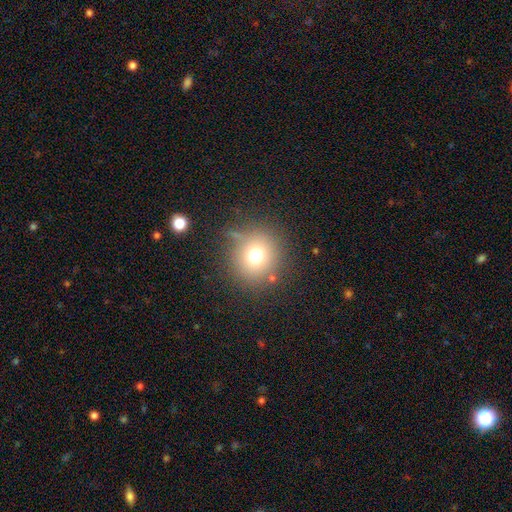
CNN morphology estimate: Smooth or featured? Predicted: smooth (p=0.71). How rounded? Predicted: round (p=0.89). Merging? Predicted: none (p=0.79).